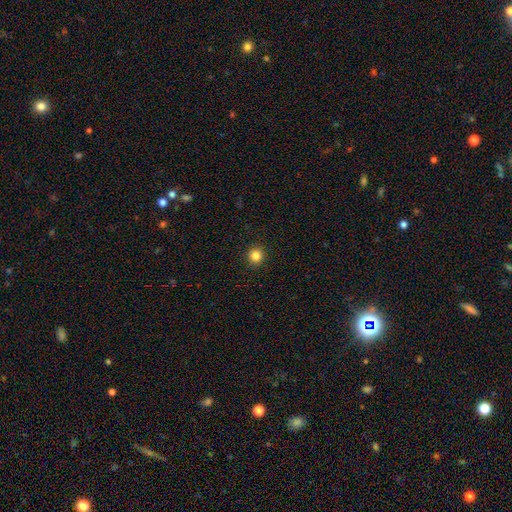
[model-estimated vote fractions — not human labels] This is clearly a smooth galaxy (84%). How rounded: clearly round (94%). Merging: clearly none (93%).